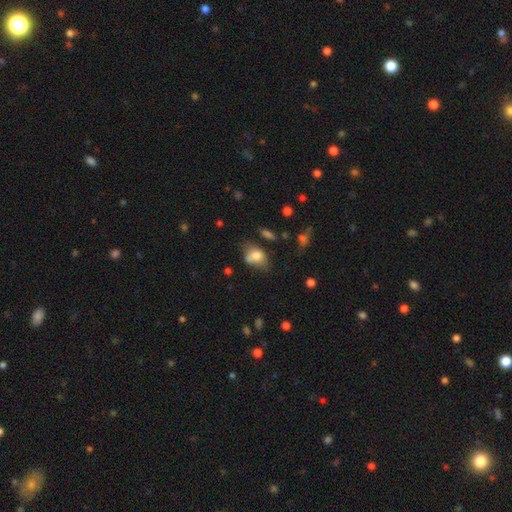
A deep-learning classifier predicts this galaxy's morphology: A smooth galaxy with no disk features (72%) that is in between round and cigar-shaped (72%).

Vote fractions:
- Smooth or featured? smooth: 72% / featured or disk: 18% / star or artifact: 10%
- How rounded? in between: 72% / round: 26% / cigar-shaped: 2%
- Merging? none: 36% / minor disturbance: 32% / merger: 17% / major disturbance: 16%